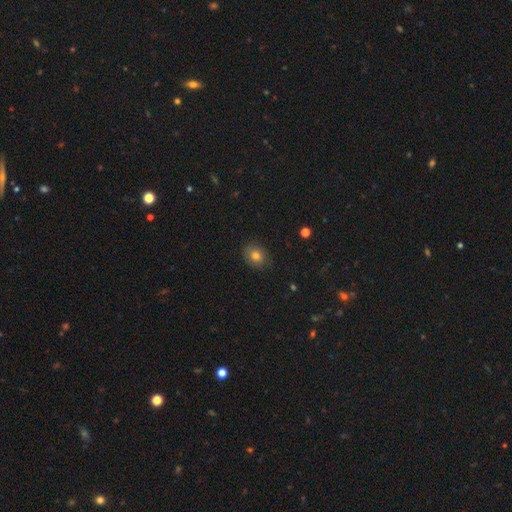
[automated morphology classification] Overall: smooth (77%). How rounded: round (50%; in between 49%). Merging: none (82%).